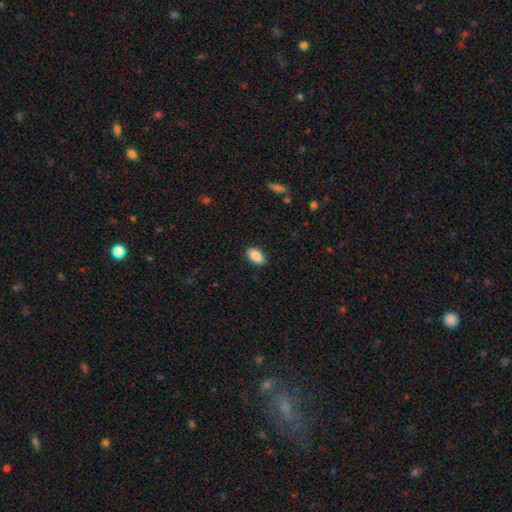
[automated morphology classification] The model was most divided on "merging": none: 88%, minor disturbance: 9%, major disturbance: 2%, merger: 1%. More confident: how rounded — in between (93%); smooth or featured — smooth (88%).